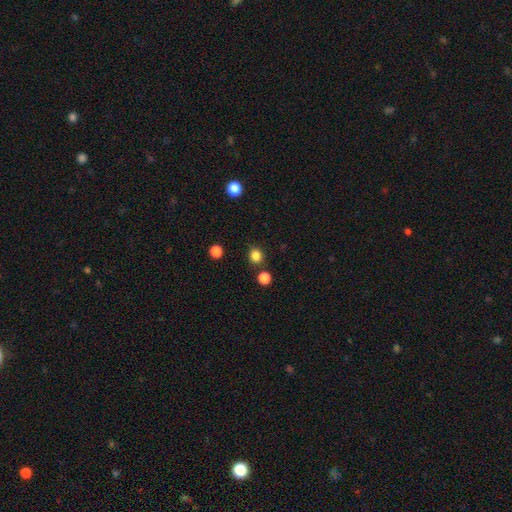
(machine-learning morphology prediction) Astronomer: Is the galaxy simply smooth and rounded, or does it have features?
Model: smooth — 84%.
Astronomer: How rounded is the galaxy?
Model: round — 83%.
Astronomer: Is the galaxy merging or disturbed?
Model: none — 83%.